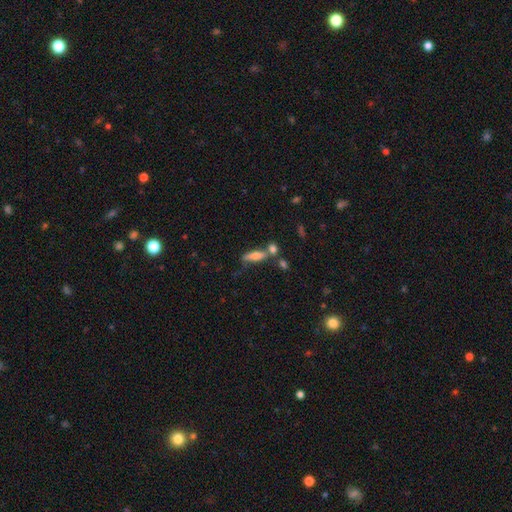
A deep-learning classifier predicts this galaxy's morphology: Smooth or featured? Predicted: smooth (p=0.62). How rounded? Predicted: cigar-shaped (p=0.59). Merging? Predicted: none (p=0.53).